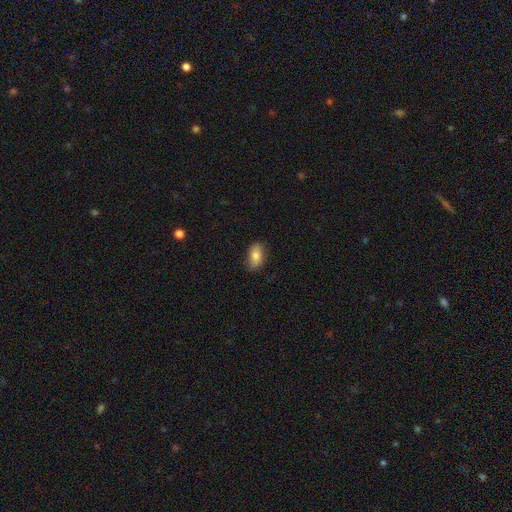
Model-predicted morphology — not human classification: A smooth galaxy with no disk features (78%) that is in between round and cigar-shaped (90%). Merging: none (81%).